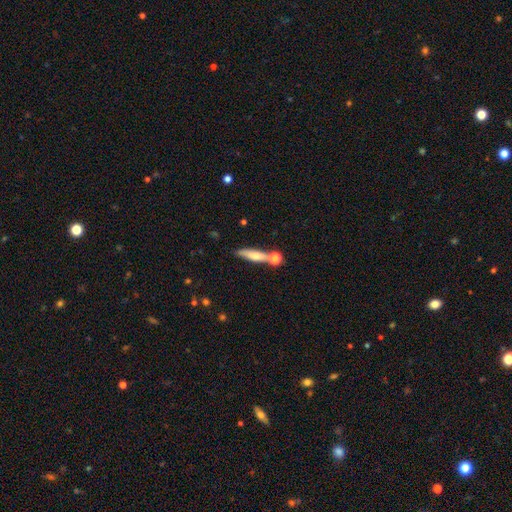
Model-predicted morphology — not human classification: This is likely a smooth galaxy (62%). How rounded: likely cigar-shaped (76%). Merging: possibly none (59%).